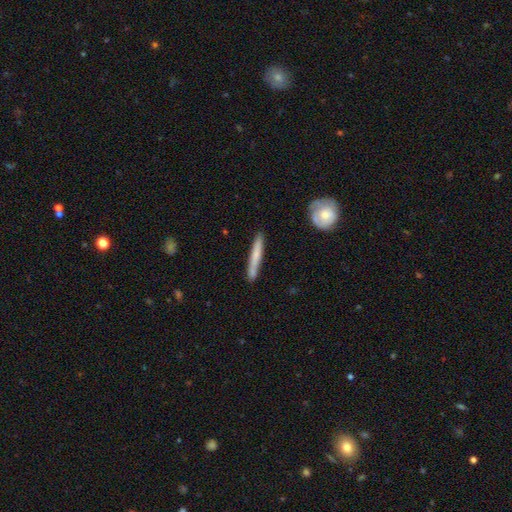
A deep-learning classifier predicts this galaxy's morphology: Smooth or featured? Predicted: smooth (p=0.62). How rounded? Predicted: cigar-shaped (p=0.95). Merging? Predicted: none (p=0.85).